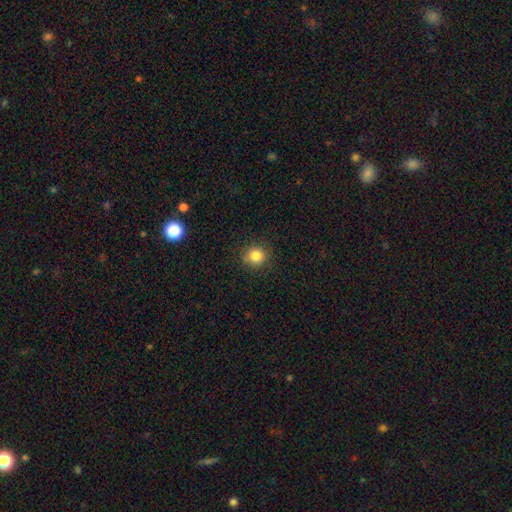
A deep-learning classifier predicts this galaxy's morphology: Smooth or featured? Predicted: smooth (p=0.84). How rounded? Predicted: round (p=0.87). Merging? Predicted: none (p=0.88).